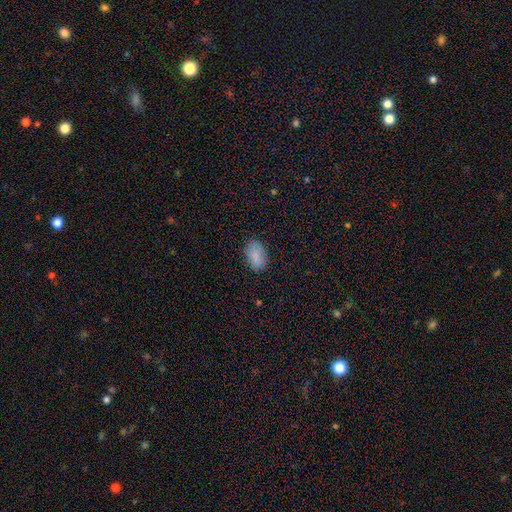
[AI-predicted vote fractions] A smooth galaxy with no disk features (88%) that is in between round and cigar-shaped (90%). Merging: none (85%).